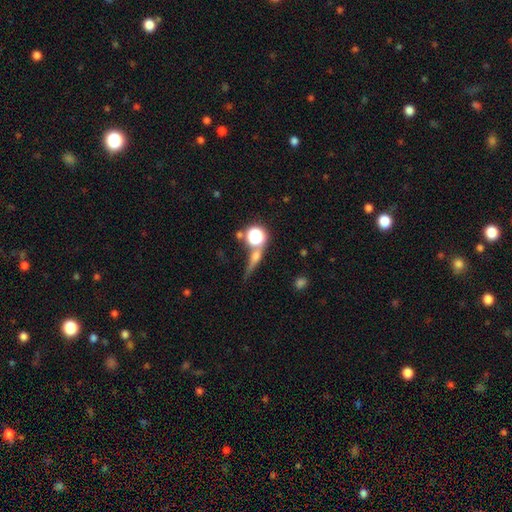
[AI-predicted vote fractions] smooth_or_featured: smooth (p=0.43) [alt: featured or disk p=0.31]
merging: none (p=0.60) [alt: merger p=0.17]